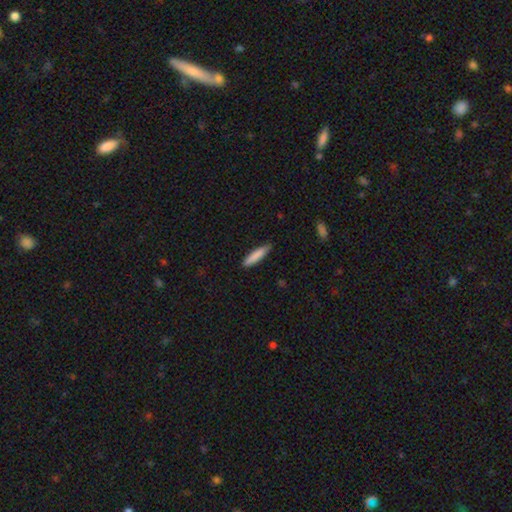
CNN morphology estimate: This appears to be a smooth galaxy with no disk features (84%) that is cigar-shaped (85%). Merging: none (83%).